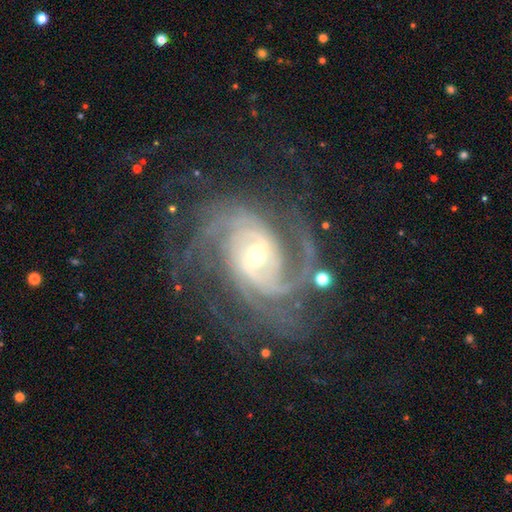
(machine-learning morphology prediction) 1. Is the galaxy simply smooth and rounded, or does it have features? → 91% featured or disk, 6% star or artifact, 3% smooth.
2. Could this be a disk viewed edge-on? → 97% no, 3% yes.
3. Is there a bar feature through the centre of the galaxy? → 41% weak, 37% no, 22% strong.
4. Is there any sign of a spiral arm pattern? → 98% yes, 2% no.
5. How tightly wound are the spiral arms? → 50% tight, 41% medium, 9% loose.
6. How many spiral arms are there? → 28% 2, 24% 3, 18% can't tell, 14% 4, 8% more than 4, 7% 1.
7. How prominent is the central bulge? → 49% small, 44% moderate, 5% large, 1% none, 1% dominant.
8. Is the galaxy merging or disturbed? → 66% none, 17% minor disturbance, 15% major disturbance, 3% merger.